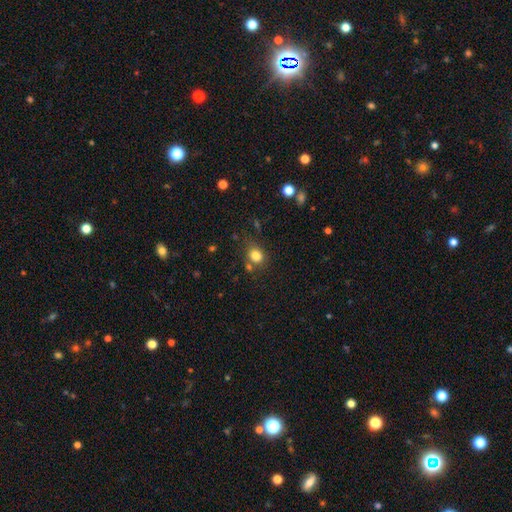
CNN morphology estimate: Smooth or featured?
  - smooth: 81% *
  - star or artifact: 12%
  - featured or disk: 7%
How rounded?
  - round: 63% *
  - in between: 36%
  - cigar-shaped: 1%
Merging?
  - none: 67% *
  - minor disturbance: 15%
  - merger: 12%
  - major disturbance: 5%